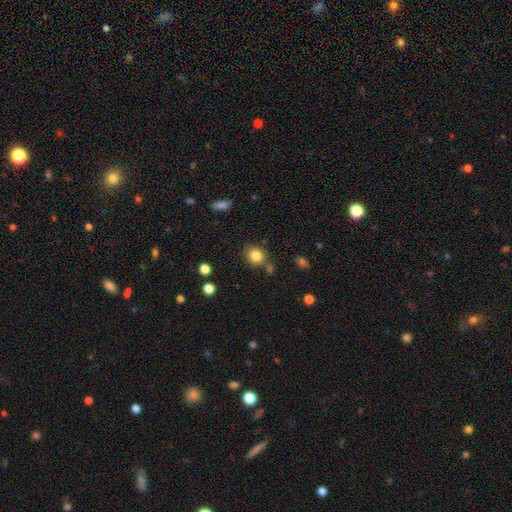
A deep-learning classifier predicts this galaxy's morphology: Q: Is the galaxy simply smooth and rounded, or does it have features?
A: smooth — 84%.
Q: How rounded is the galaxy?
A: round — 77%.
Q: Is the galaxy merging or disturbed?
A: none — 78%.